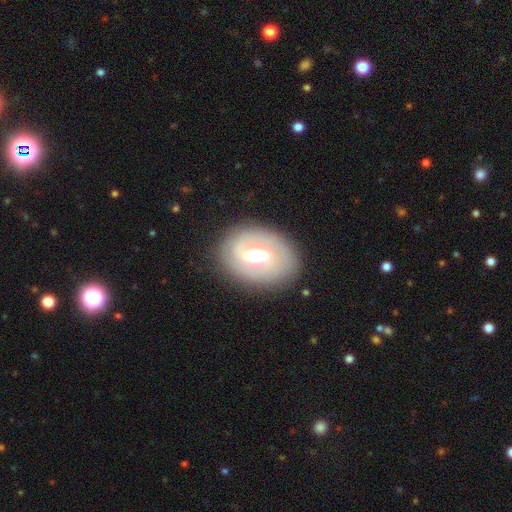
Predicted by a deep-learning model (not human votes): smooth_or_featured: featured or disk (p=0.62) [alt: smooth p=0.31]
disk_edge_on: no (p=0.94) [alt: yes p=0.06]
bar: weak (p=0.44) [alt: no p=0.29]
has_spiral_arms: no (p=0.51) [alt: yes p=0.49]
bulge_size: moderate (p=0.52) [alt: large p=0.35]
merging: none (p=0.79) [alt: minor disturbance p=0.12]